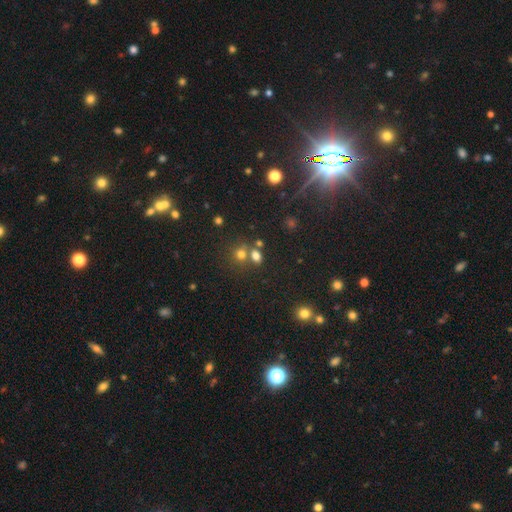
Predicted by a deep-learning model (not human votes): This is likely a smooth galaxy (72%). How rounded: possibly round (50%). Merging: possibly none (53%).